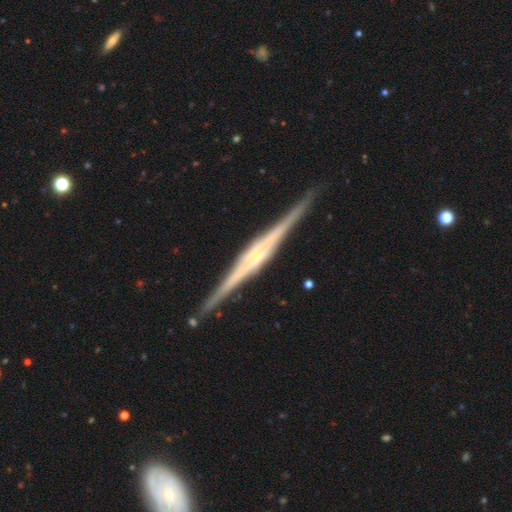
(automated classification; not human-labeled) Overall: featured or disk (89%). Edge-on disk: yes (98%). Edge-on bulge: boxy (52%; rounded 38%). Merging: none (90%).